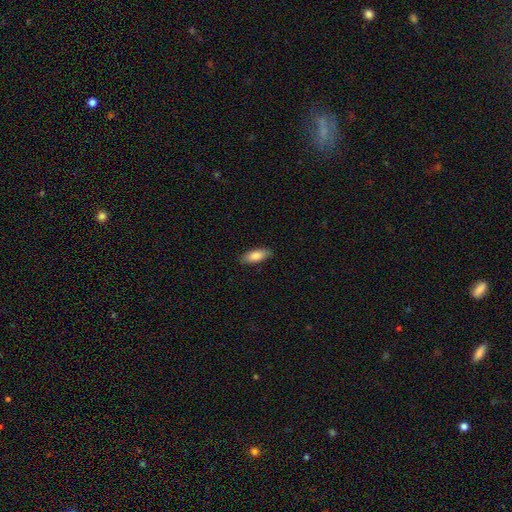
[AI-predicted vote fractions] smooth 83%, featured or disk 11%, star or artifact 6%. Down the decision tree: how rounded — in between (77%); merging — none (85%).